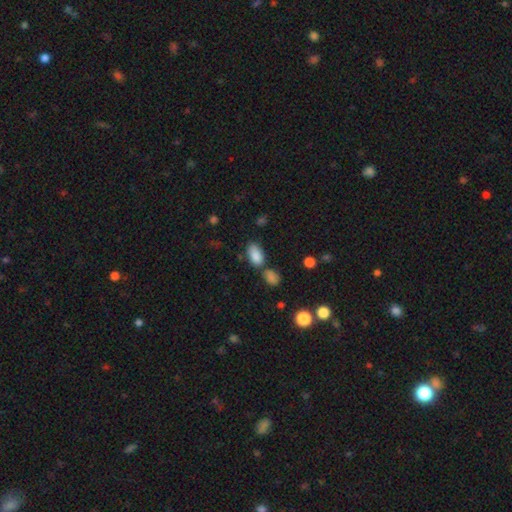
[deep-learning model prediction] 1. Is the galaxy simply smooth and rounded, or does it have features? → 86% smooth, 9% star or artifact, 6% featured or disk.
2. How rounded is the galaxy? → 93% in between, 4% round, 3% cigar-shaped.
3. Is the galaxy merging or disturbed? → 62% none, 19% merger, 14% minor disturbance, 4% major disturbance.